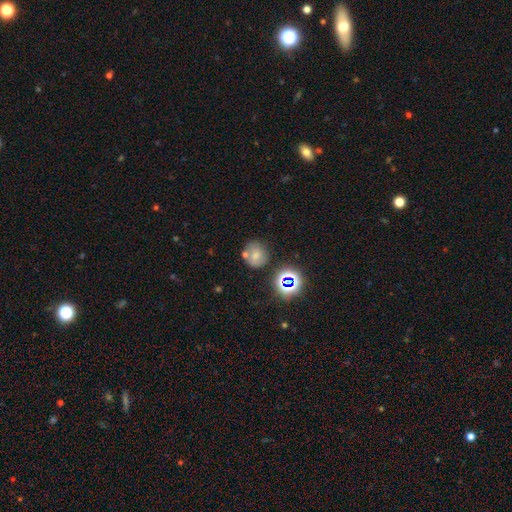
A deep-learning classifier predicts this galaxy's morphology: smooth-or-featured: smooth: 63% | star or artifact: 20% | featured or disk: 17%
  how-rounded: round: 79% | in between: 20% | cigar-shaped: 1%
  merging: none: 61% | merger: 19% | minor disturbance: 15% | major disturbance: 5%